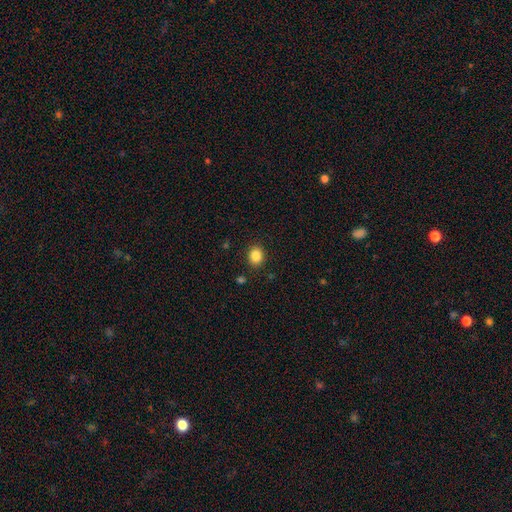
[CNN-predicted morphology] smooth 86%, star or artifact 10%, featured or disk 4%. Down the decision tree: how rounded — round (54%); merging — none (88%).